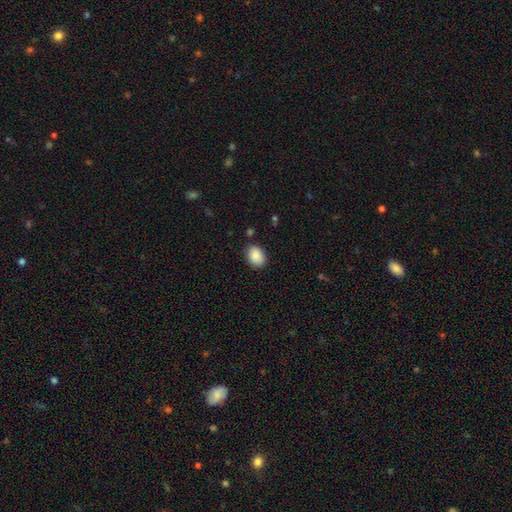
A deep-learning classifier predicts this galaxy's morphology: A smooth galaxy with no disk features (90%) that is in between round and cigar-shaped (74%).

Vote fractions:
- Smooth or featured? smooth: 90% / star or artifact: 7% / featured or disk: 3%
- How rounded? in between: 74% / round: 25% / cigar-shaped: 1%
- Merging? none: 85% / minor disturbance: 11% / major disturbance: 3% / merger: 2%